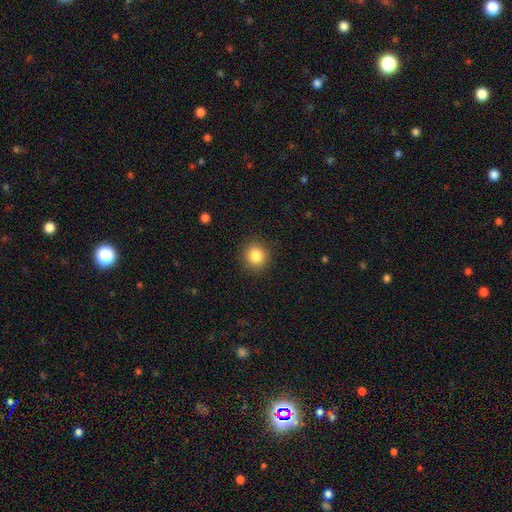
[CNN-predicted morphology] Smooth or featured? Predicted: smooth (p=0.85). How rounded? Predicted: round (p=0.89). Merging? Predicted: none (p=0.90).